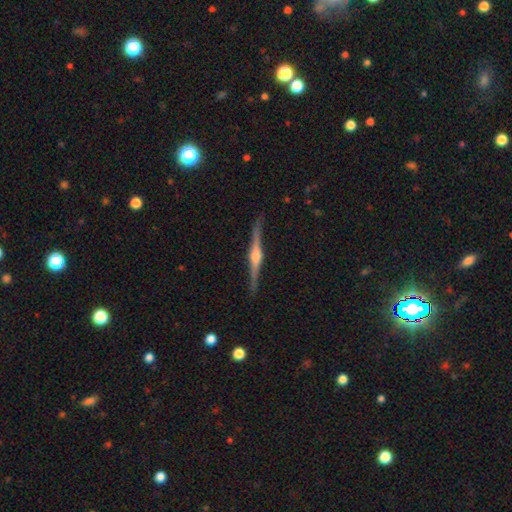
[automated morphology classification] This appears to be a featured or disk galaxy (86%) viewed edge-on (98%) with a rounded central bulge (89%). Merging: none (90%).